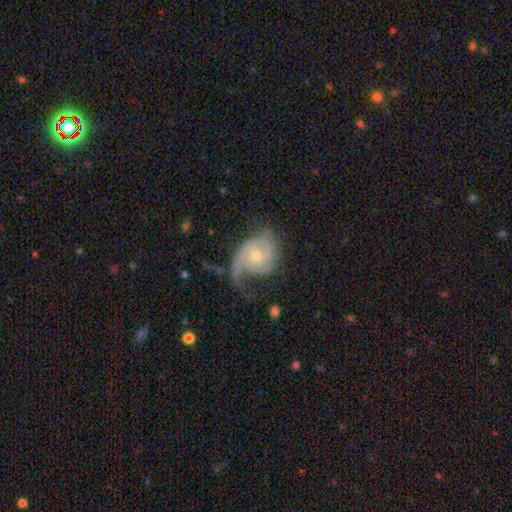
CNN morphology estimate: A featured or disk galaxy (84%) with no bar (70%), 2 (48%) medium (42%) spiral arms (95%) and a moderate central bulge (50%).

Vote fractions:
- Smooth or featured? featured or disk: 84% / smooth: 11% / star or artifact: 6%
- Edge-on disk? no: 97% / yes: 3%
- Bar? no: 70% / weak: 25% / strong: 5%
- Spiral arms? yes: 95% / no: 5%
- Spiral winding? medium: 42% / tight: 32% / loose: 26%
- Spiral arm count? 2: 48% / 1: 23% / 3: 14% / can't tell: 11% / 4: 3% / more than 4: 2%
- Bulge size? moderate: 50% / small: 47% / large: 2% / none: 1% / dominant: 1%
- Merging? none: 42% / major disturbance: 30% / minor disturbance: 26% / merger: 2%